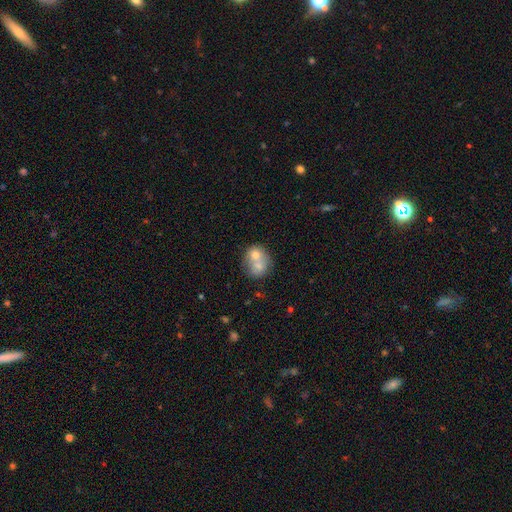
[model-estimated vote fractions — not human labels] Morphology: type=smooth (66%); roundness=round (65%); merging=merger (64%).